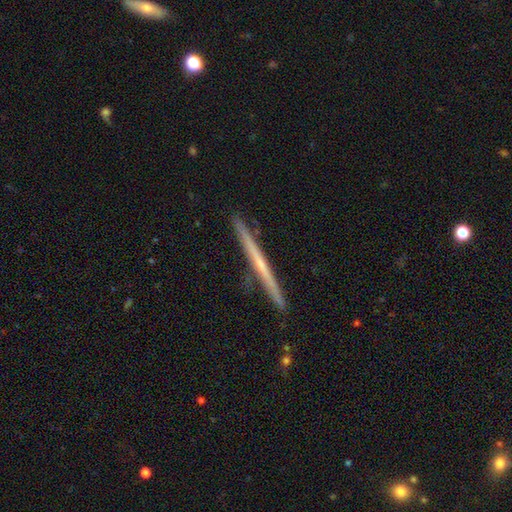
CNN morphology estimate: featured or disk 68%, smooth 26%, star or artifact 6%. Down the decision tree: edge-on disk — yes (98%); edge-on bulge — none (70%); merging — none (91%).